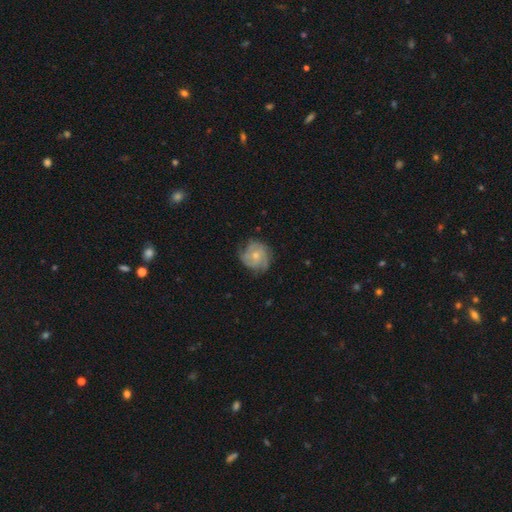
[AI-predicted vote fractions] Overall: featured or disk (74%). Edge-on disk: no (98%). Bar: no (75%). Spiral arms: yes (93%). Spiral arm count: 3 (34%; 2 24%). Spiral winding: tight (58%; medium 33%). Bulge size: moderate (48%; small 47%). Merging: none (71%).